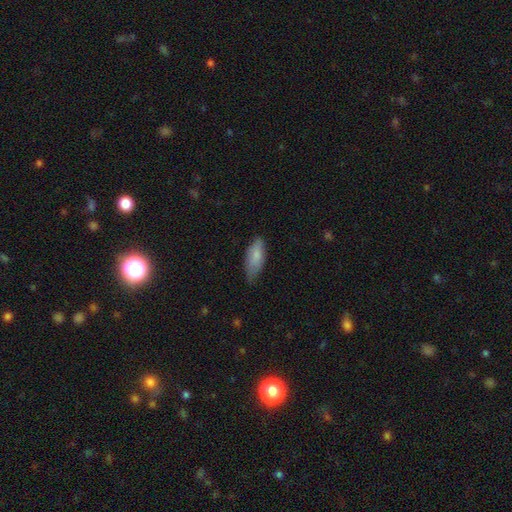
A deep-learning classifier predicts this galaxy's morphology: type=smooth (80%); roundness=in between (75%); merging=none (59%).